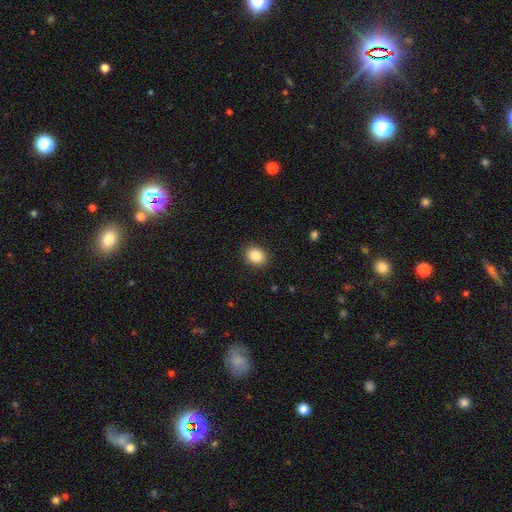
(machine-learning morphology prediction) The model was most divided on "how rounded": in between: 56%, round: 43%, cigar-shaped: 1%. More confident: merging — none (90%); smooth or featured — smooth (87%).